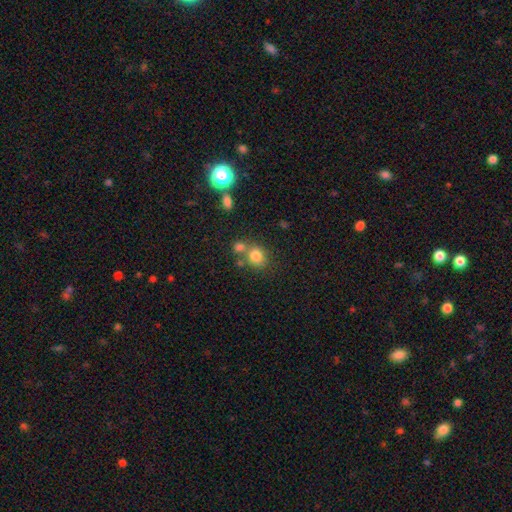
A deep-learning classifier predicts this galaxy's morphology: smooth_or_featured: smooth (p=0.80) [alt: star or artifact p=0.12]
how_rounded: round (p=0.75) [alt: in between p=0.24]
merging: none (p=0.56) [alt: merger p=0.30]